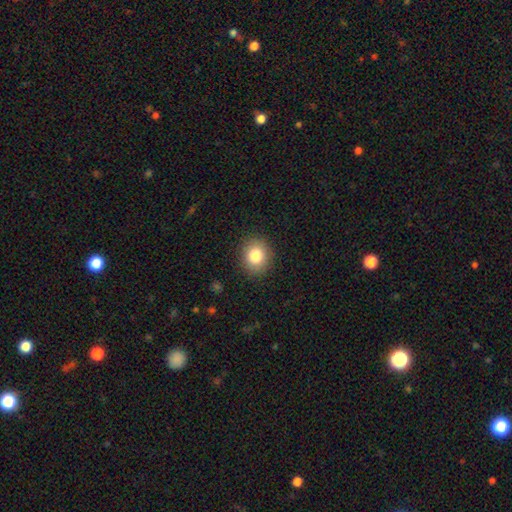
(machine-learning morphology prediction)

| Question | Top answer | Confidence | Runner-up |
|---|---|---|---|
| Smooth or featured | smooth | 83% | star or artifact (9%) |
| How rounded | round | 71% | in between (28%) |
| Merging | none | 89% | minor disturbance (8%) |